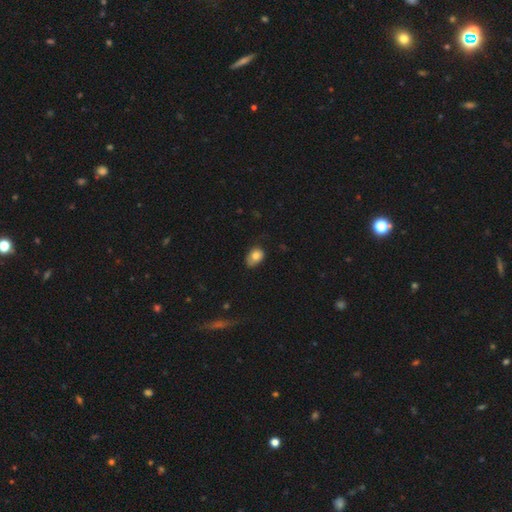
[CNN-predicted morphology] smooth 79%, featured or disk 12%, star or artifact 9%. Down the decision tree: how rounded — in between (77%); merging — none (54%).